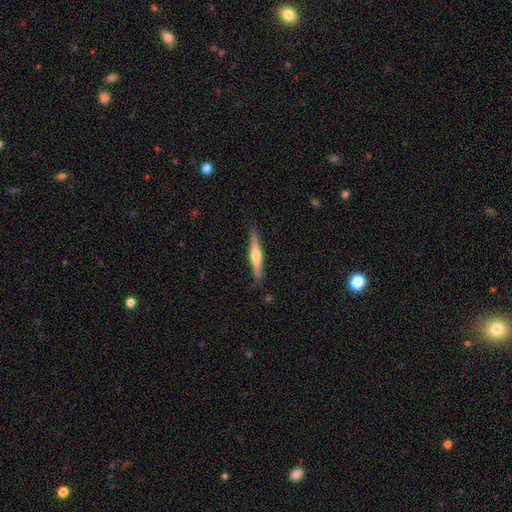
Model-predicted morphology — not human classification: Q: Smooth or featured?
A: featured or disk (62%); runner-up: smooth (33%)
Q: Edge-on disk?
A: yes (97%); runner-up: no (3%)
Q: Edge-on bulge?
A: rounded (90%); runner-up: none (6%)
Q: Merging?
A: none (86%); runner-up: minor disturbance (11%)